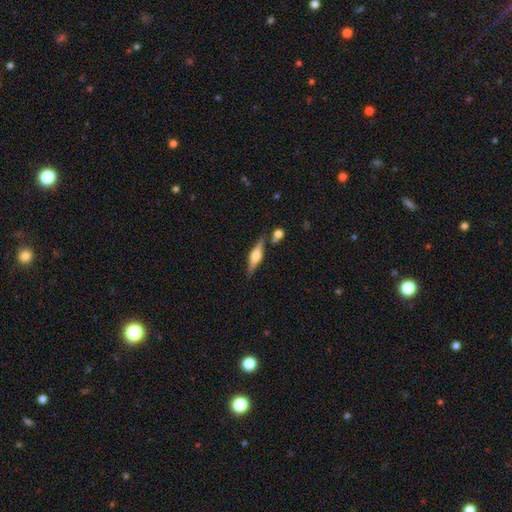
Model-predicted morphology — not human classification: The model was most divided on "smooth or featured": featured or disk: 62%, smooth: 32%, star or artifact: 7%. More confident: edge-on disk — yes (96%); edge-on bulge — rounded (86%); merging — none (78%).